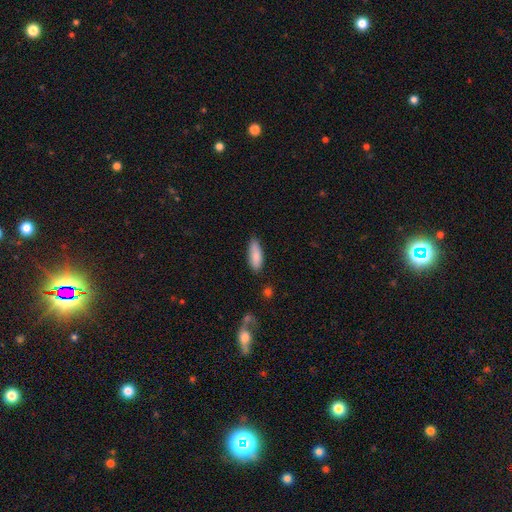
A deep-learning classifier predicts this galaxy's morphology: Overall: smooth (87%). How rounded: in between (62%; cigar-shaped 36%). Merging: none (80%).